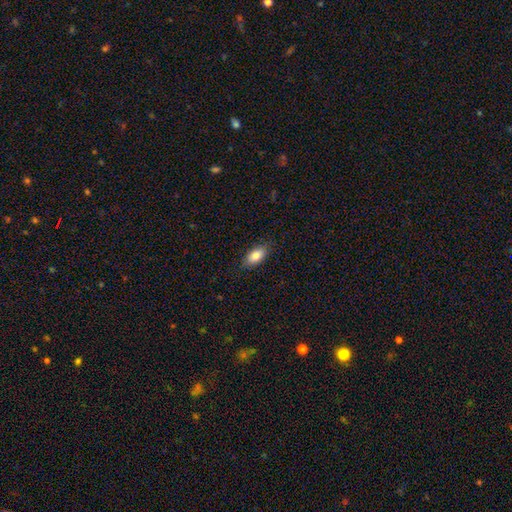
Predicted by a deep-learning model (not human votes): Smooth or featured: smooth — 84% (featured or disk — 9%)
How rounded: in between — 90% (cigar-shaped — 6%)
Merging: none — 86% (minor disturbance — 11%)